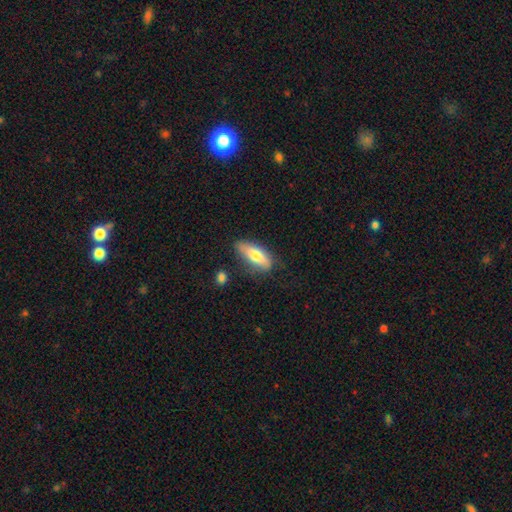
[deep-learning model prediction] smooth-or-featured: smooth: 70% | featured or disk: 25% | star or artifact: 6%
  how-rounded: in between: 68% | cigar-shaped: 29% | round: 2%
  merging: none: 68% | minor disturbance: 23% | major disturbance: 6% | merger: 4%